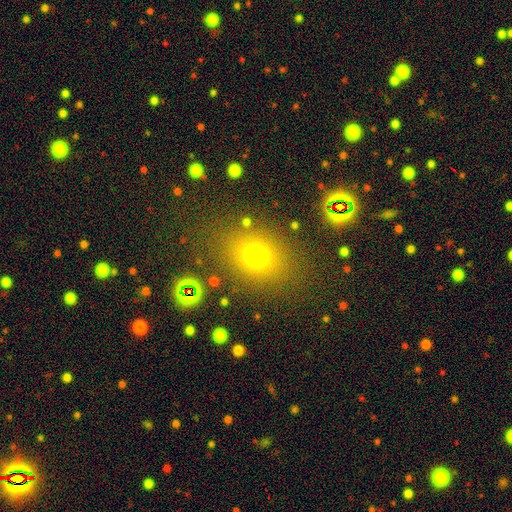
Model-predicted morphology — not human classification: Q: Smooth or featured?
A: smooth (69%); runner-up: star or artifact (20%)
Q: How rounded?
A: round (49%); tied with: in between (49%)
Q: Merging?
A: none (76%); runner-up: minor disturbance (12%)